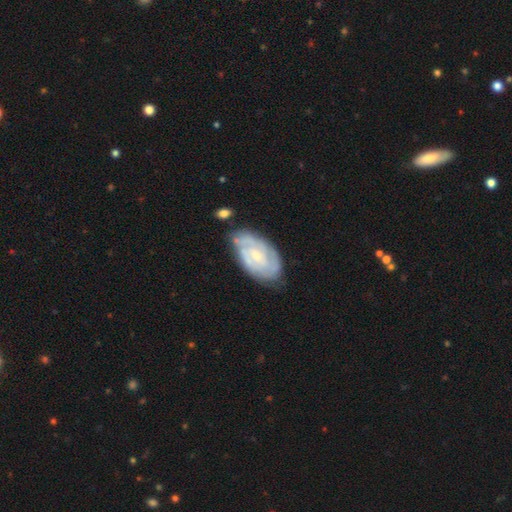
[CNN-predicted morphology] Overall: featured or disk (75%). Edge-on disk: no (96%). Bar: no (52%; weak 40%). Spiral arms: yes (89%). Spiral arm count: can't tell (38%; 2 36%). Spiral winding: tight (64%; medium 29%). Bulge size: small (61%; moderate 30%). Merging: none (67%).